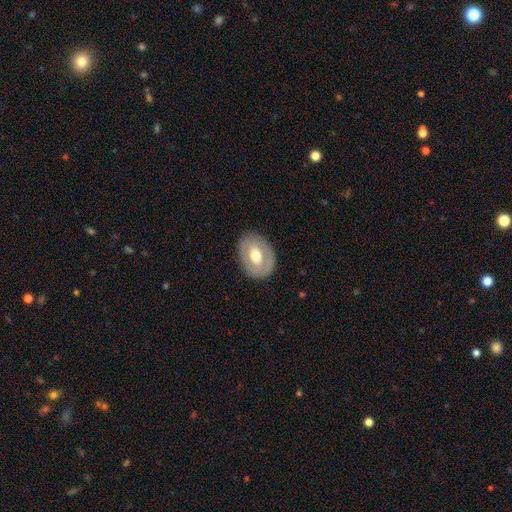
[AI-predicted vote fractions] Morphology: type=featured or disk (54%); edge-on=no (92%); merging=none (83%).